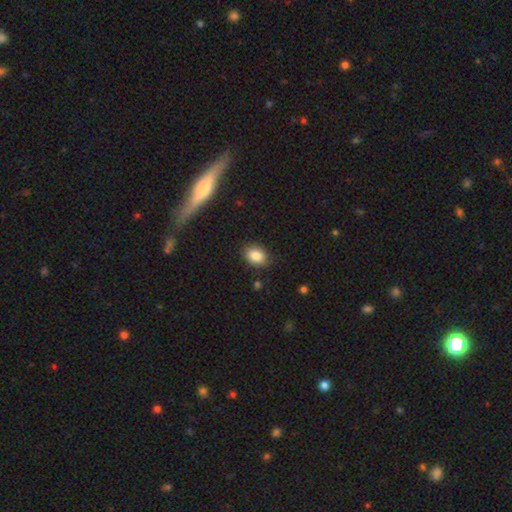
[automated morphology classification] This appears to be a smooth galaxy with no disk features (85%) that is in between round and cigar-shaped (70%). Merging: none (86%).